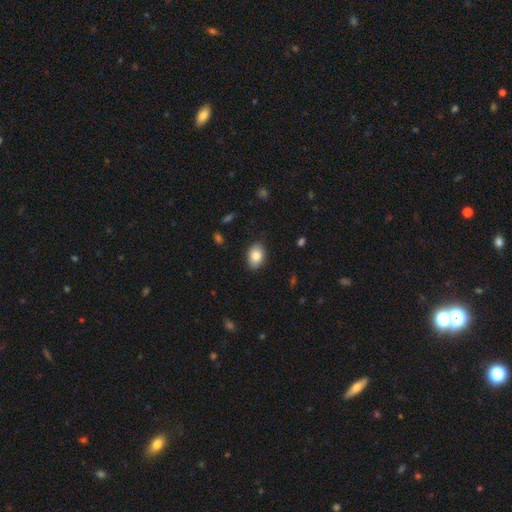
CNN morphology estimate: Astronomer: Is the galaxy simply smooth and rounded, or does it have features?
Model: smooth — 83%.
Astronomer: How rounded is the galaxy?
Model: in between — 83%.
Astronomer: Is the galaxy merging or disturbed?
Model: none — 87%.